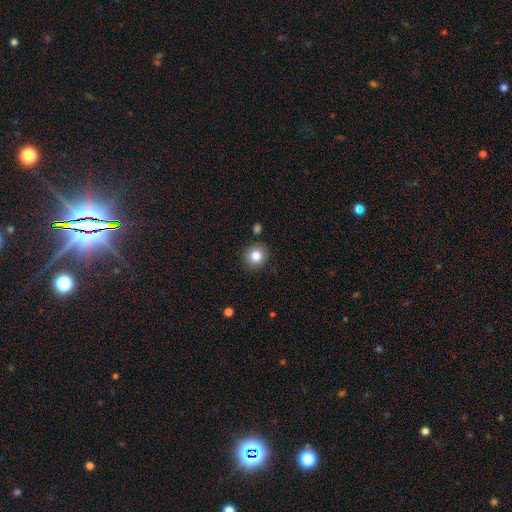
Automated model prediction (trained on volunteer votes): smooth 82%, star or artifact 10%, featured or disk 7%. Down the decision tree: how rounded — round (88%); merging — none (88%).